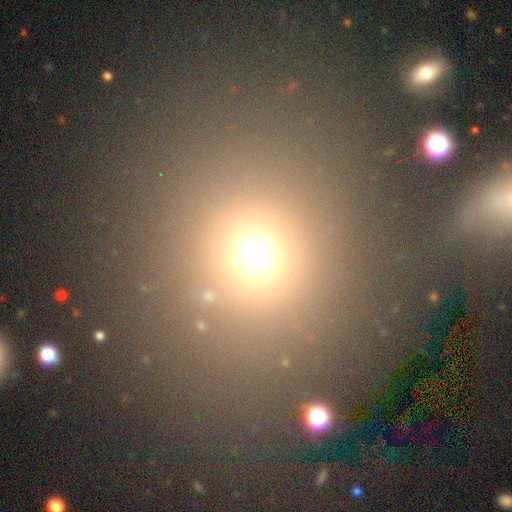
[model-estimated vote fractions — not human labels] Smooth or featured: smooth — 64% (star or artifact — 28%)
How rounded: round — 86% (in between — 13%)
Merging: none — 80% (minor disturbance — 8%)